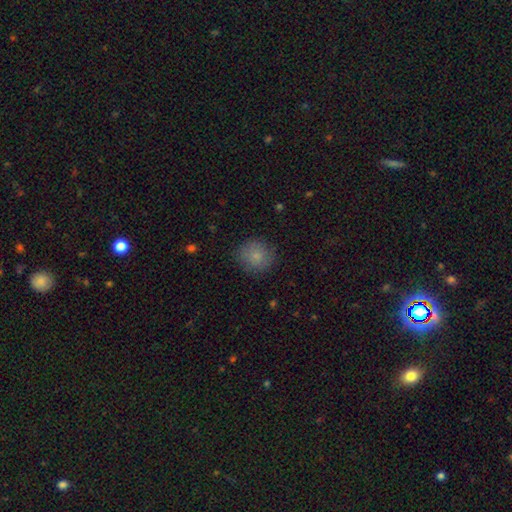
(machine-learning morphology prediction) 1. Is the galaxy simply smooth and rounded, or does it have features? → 83% smooth, 9% star or artifact, 8% featured or disk.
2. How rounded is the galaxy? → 89% round, 10% in between, 1% cigar-shaped.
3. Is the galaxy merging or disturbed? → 83% none, 12% minor disturbance, 4% major disturbance, 1% merger.